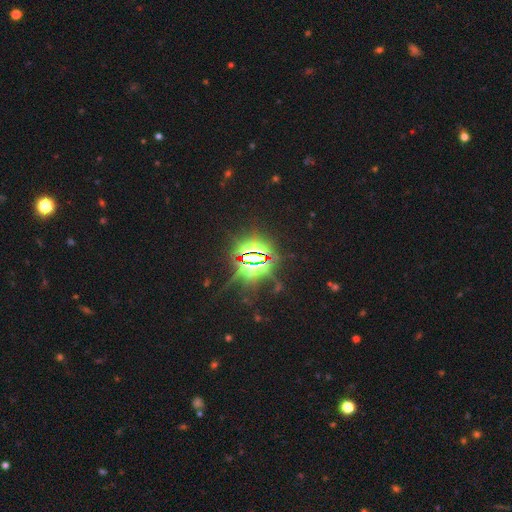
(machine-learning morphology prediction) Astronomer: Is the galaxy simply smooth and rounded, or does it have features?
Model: star or artifact — 85%.